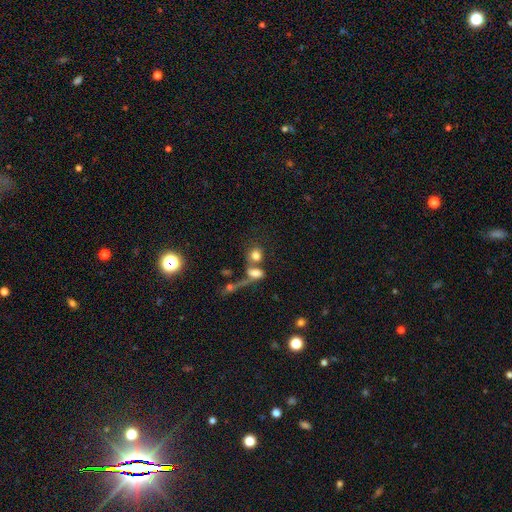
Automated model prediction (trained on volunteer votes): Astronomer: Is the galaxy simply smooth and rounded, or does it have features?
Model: smooth — 75%.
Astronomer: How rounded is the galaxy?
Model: round — 54% (runner-up: in between, 42%).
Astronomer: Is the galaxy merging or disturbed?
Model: merger — 50% (runner-up: none, 32%).